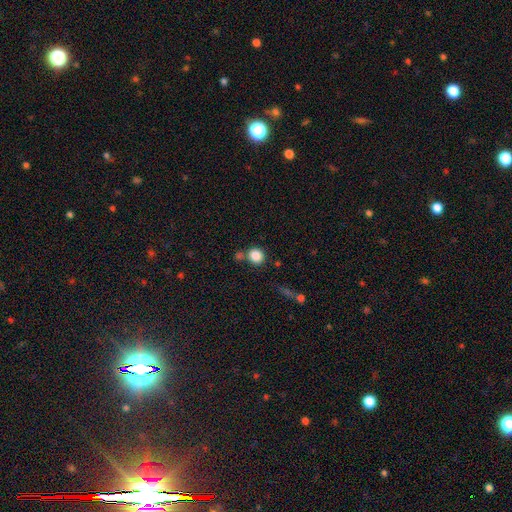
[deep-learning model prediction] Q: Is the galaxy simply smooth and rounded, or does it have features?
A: smooth — 85%.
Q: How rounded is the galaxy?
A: round — 87%.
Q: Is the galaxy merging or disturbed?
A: none — 66%.